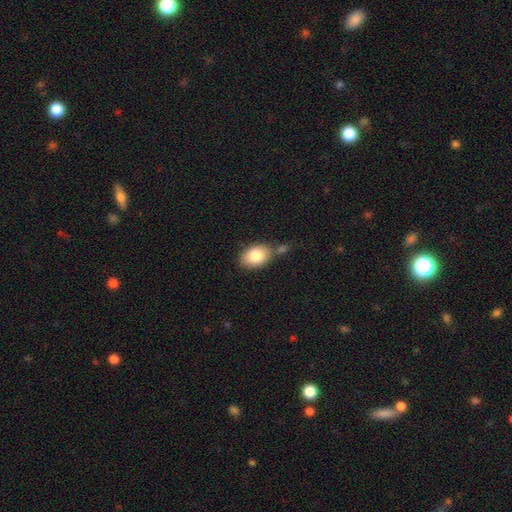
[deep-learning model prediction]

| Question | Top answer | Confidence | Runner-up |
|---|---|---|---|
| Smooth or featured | smooth | 81% | featured or disk (12%) |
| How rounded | in between | 82% | round (17%) |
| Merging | none | 60% | merger (19%) |